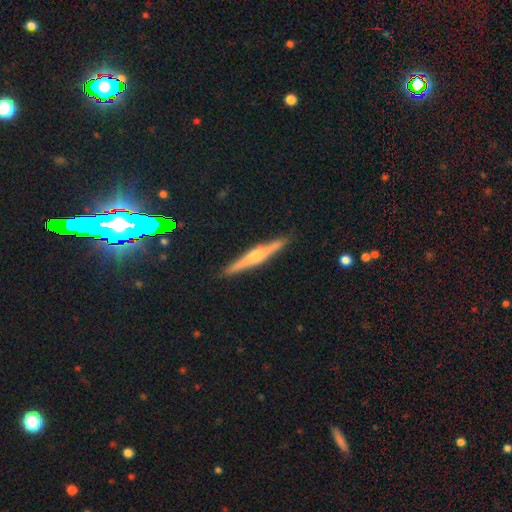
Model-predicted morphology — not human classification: featured or disk 68%, smooth 24%, star or artifact 8%. Down the decision tree: edge-on disk — yes (97%); edge-on bulge — rounded (84%); merging — none (91%).